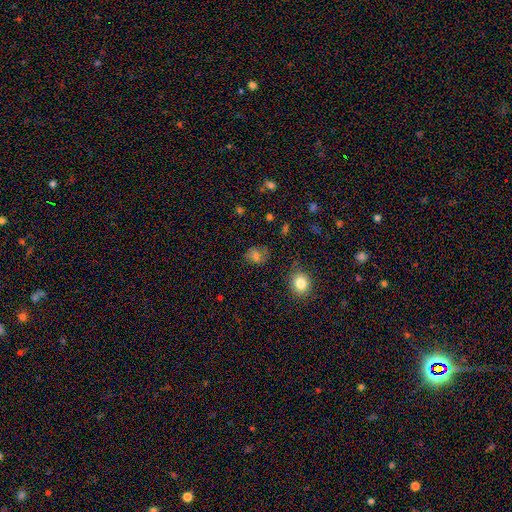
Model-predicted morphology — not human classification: Smooth or featured? Predicted: smooth (p=0.56). How rounded? Predicted: round (p=0.54). Merging? Predicted: none (p=0.67).